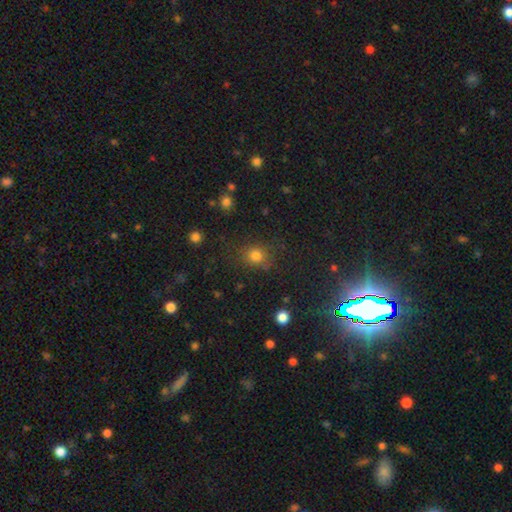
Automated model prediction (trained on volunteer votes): Morphology: type=smooth (78%); roundness=round (81%); merging=none (79%).